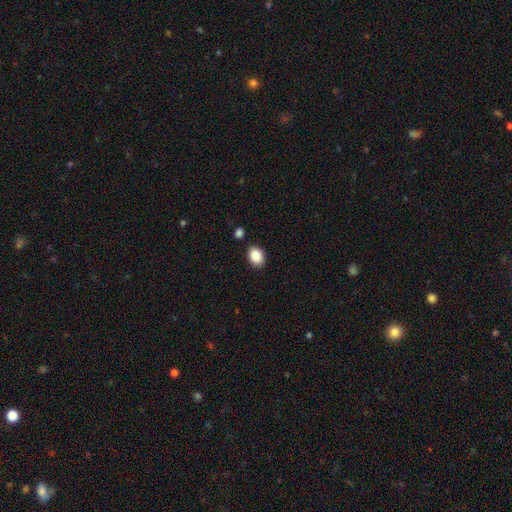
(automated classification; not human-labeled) Smooth or featured: smooth — 87% (star or artifact — 8%)
How rounded: in between — 76% (round — 23%)
Merging: none — 85% (minor disturbance — 9%)